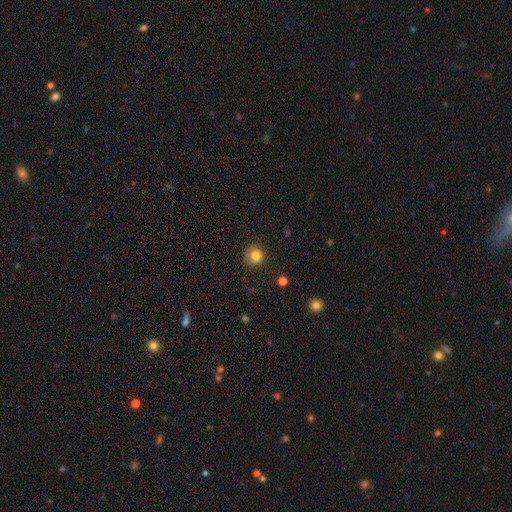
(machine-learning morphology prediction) This appears to be a smooth galaxy with no disk features (83%) that is round (87%). Merging: none (77%).